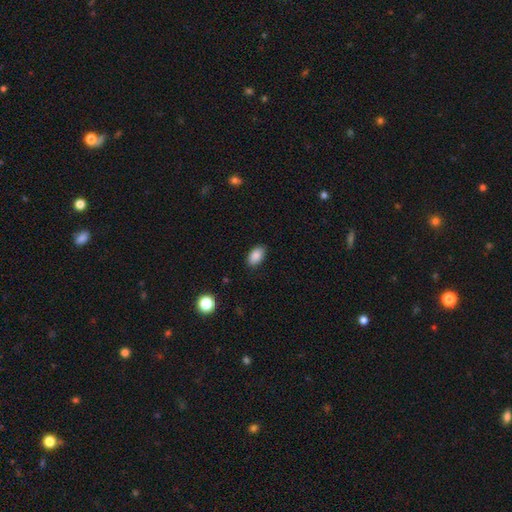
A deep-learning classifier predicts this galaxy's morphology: type=smooth (88%); roundness=in between (92%); merging=none (87%).